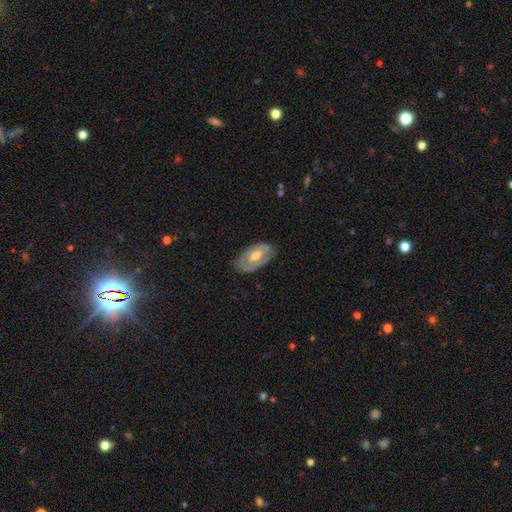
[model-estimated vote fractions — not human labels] Smooth or featured? featured or disk (64%)
Edge-on disk? no (92%)
Bar? no (43%)
Spiral arms? yes (53%)
Bulge size? moderate (68%)
Merging? none (76%)